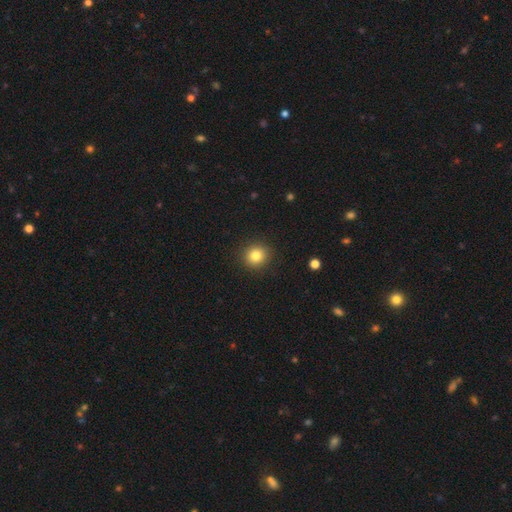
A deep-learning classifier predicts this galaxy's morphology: Smooth or featured?
  - smooth: 83% *
  - star or artifact: 11%
  - featured or disk: 6%
How rounded?
  - round: 88% *
  - in between: 11%
  - cigar-shaped: 1%
Merging?
  - none: 91% *
  - minor disturbance: 6%
  - major disturbance: 2%
  - merger: 1%